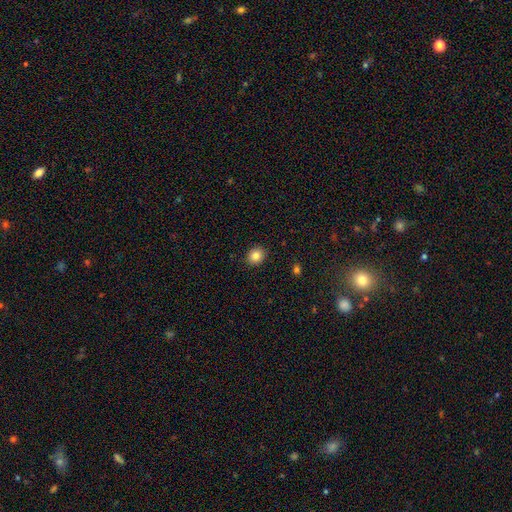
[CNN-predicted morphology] A smooth galaxy with no disk features (84%) that is round (68%).

Vote fractions:
- Smooth or featured? smooth: 84% / star or artifact: 10% / featured or disk: 6%
- How rounded? round: 68% / in between: 31% / cigar-shaped: 1%
- Merging? none: 90% / minor disturbance: 7% / major disturbance: 2% / merger: 1%